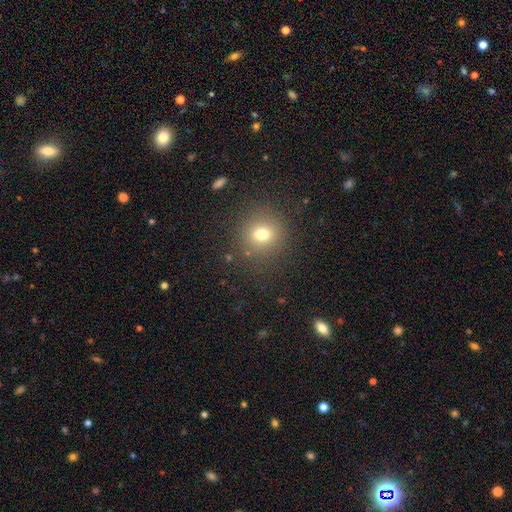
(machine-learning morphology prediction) Q: Smooth or featured?
A: smooth (64%); runner-up: star or artifact (29%)
Q: How rounded?
A: round (92%); runner-up: in between (6%)
Q: Merging?
A: none (90%); runner-up: minor disturbance (6%)